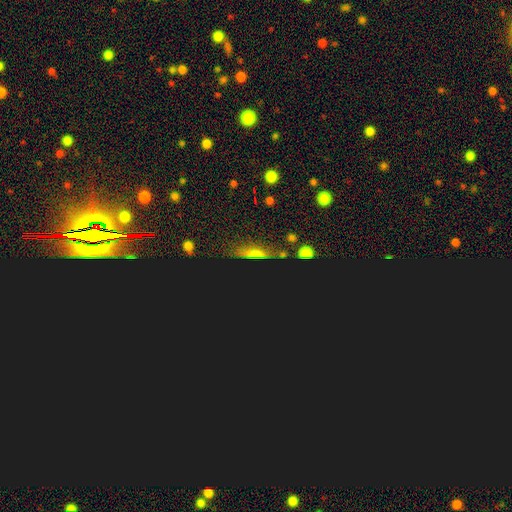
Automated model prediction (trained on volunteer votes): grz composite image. It shows a star or artifact, not a galaxy (47%).